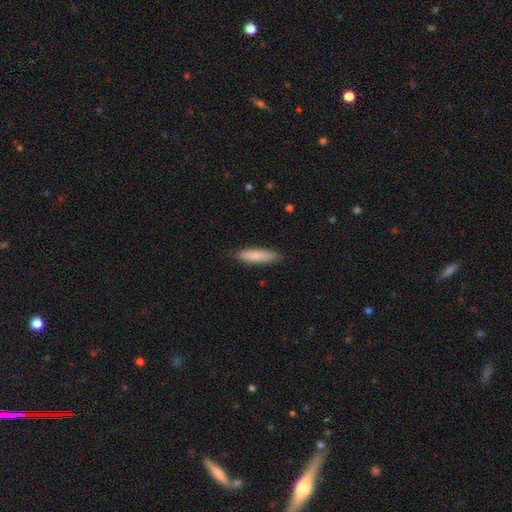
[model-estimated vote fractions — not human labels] Q: Smooth or featured?
A: smooth (84%); runner-up: featured or disk (10%)
Q: How rounded?
A: cigar-shaped (74%); runner-up: in between (25%)
Q: Merging?
A: none (86%); runner-up: minor disturbance (11%)